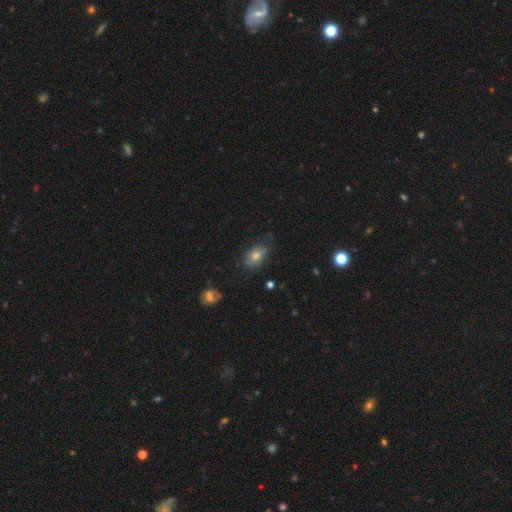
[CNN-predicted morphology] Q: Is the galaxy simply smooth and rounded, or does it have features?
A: smooth — 65%.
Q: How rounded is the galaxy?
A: in between — 83%.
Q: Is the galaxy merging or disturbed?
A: none — 63%.